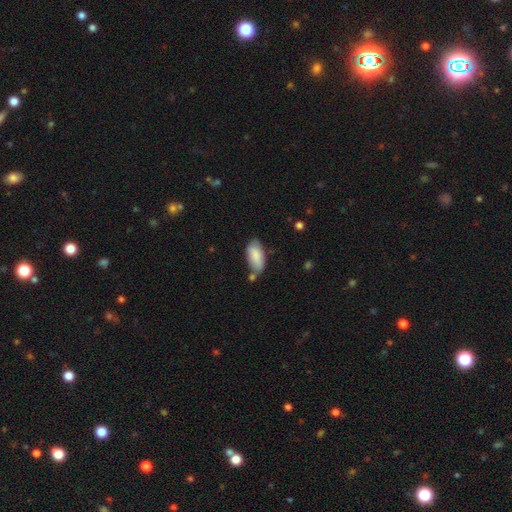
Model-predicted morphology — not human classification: Smooth or featured: smooth — 83% (featured or disk — 11%)
How rounded: in between — 89% (cigar-shaped — 9%)
Merging: none — 58% (minor disturbance — 26%)